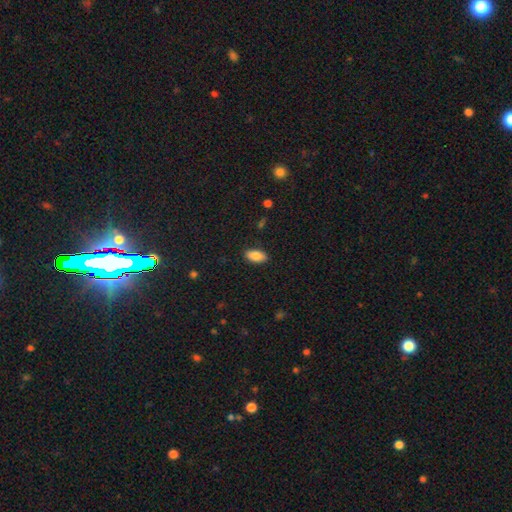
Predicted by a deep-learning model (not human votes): smooth 85%, featured or disk 8%, star or artifact 7%. Down the decision tree: how rounded — in between (92%); merging — none (88%).